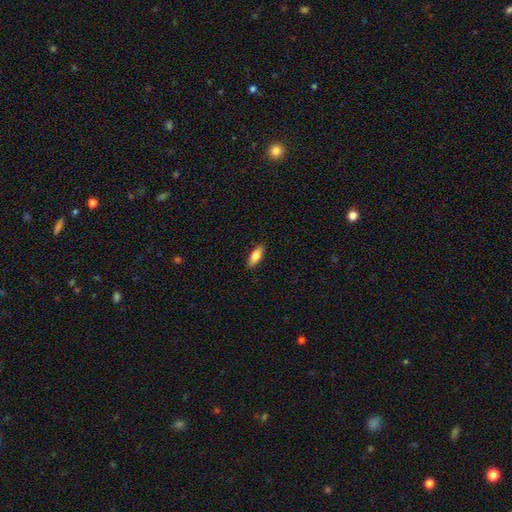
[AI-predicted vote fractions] Morphology: type=smooth (77%); roundness=in between (73%); merging=none (88%).